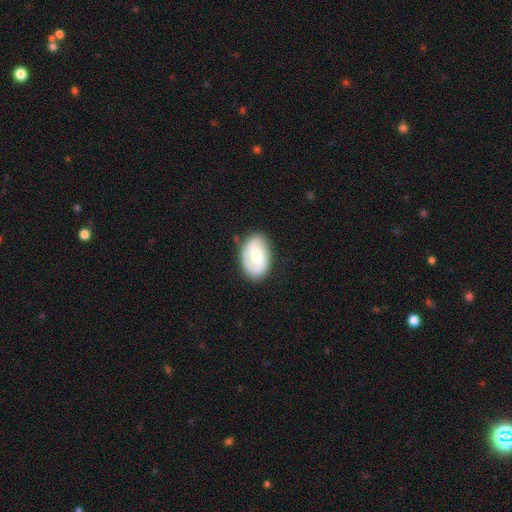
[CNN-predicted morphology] A featured or disk galaxy (51%). Merging: none (78%).